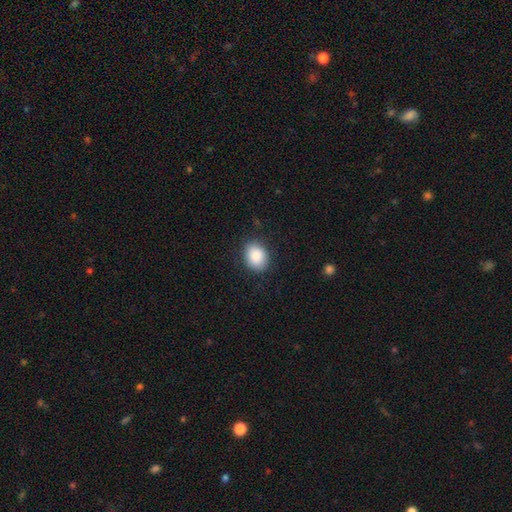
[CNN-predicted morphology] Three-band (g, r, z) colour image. It shows a smooth galaxy with no disk features (87%) that is in between round and cigar-shaped (53%). Merging: none (85%).